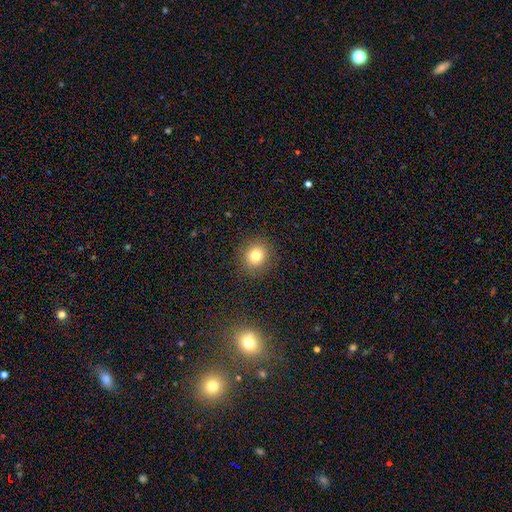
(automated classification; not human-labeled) This is likely a smooth galaxy (78%). How rounded: clearly round (83%). Merging: clearly none (89%).